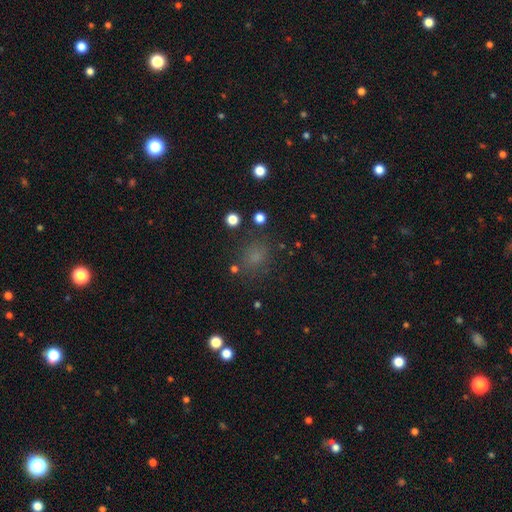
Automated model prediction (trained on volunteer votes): Morphology: type=smooth (68%); roundness=round (64%); merging=none (77%).